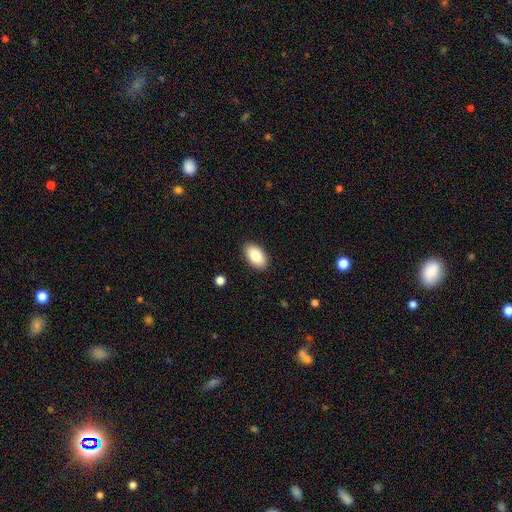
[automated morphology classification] Smooth or featured?
  - smooth: 83% *
  - featured or disk: 10%
  - star or artifact: 7%
How rounded?
  - in between: 94% *
  - round: 4%
  - cigar-shaped: 2%
Merging?
  - none: 89% *
  - minor disturbance: 8%
  - major disturbance: 2%
  - merger: 1%